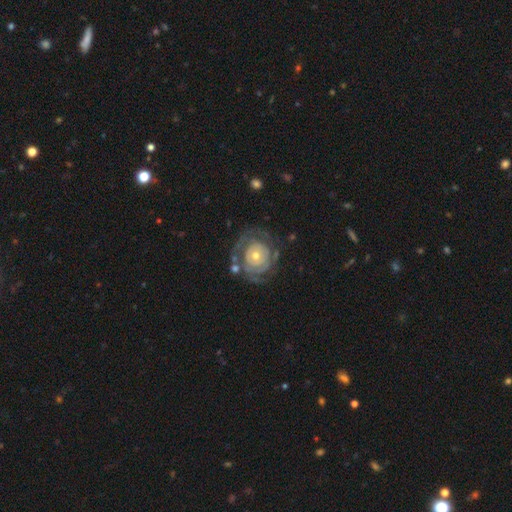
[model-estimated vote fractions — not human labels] The model was most divided on "bulge size": moderate: 50%, small: 44%, large: 4%, none: 1%, dominant: 1%. Remaining: edge-on disk — no (97%); bar — no (84%); smooth or featured — featured or disk (77%); spiral winding — tight (76%); spiral arms — yes (75%); merging — none (59%); spiral arm count — can't tell (46%).